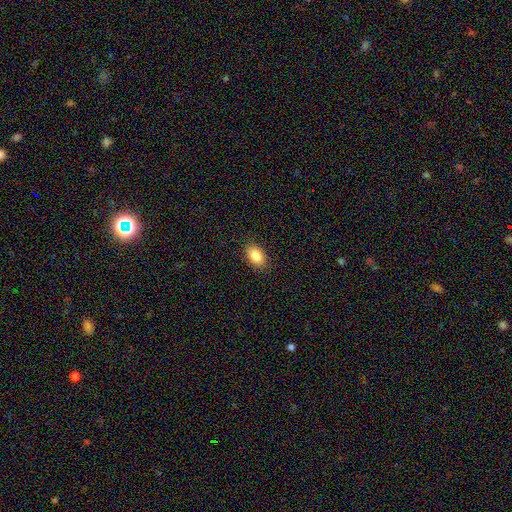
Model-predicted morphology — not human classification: This is clearly a smooth galaxy (85%). How rounded: clearly in between (89%). Merging: clearly none (89%).